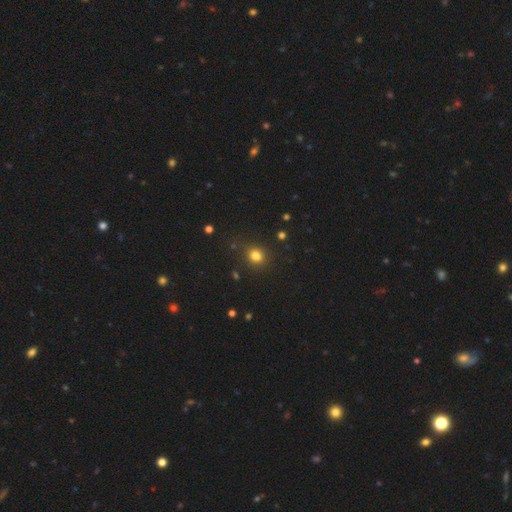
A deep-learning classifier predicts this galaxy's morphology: The model was most divided on "how rounded": round: 73%, in between: 26%, cigar-shaped: 1%. More confident: merging — none (83%); smooth or featured — smooth (80%).